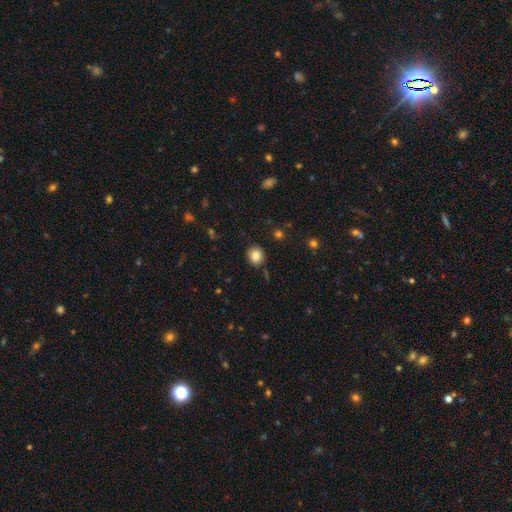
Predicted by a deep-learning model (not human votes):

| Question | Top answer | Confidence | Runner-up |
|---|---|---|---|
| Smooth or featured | smooth | 85% | star or artifact (11%) |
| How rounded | round | 84% | in between (15%) |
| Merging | none | 85% | minor disturbance (10%) |